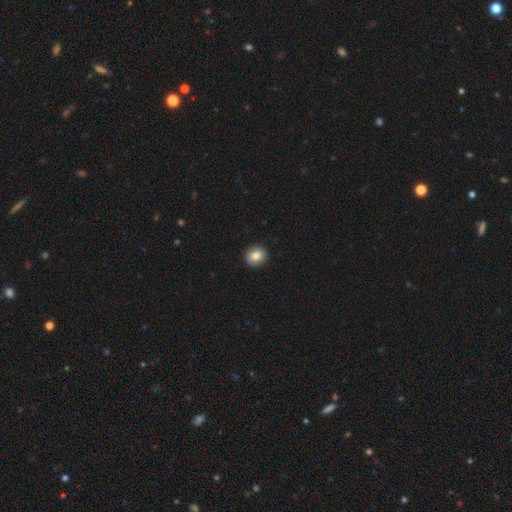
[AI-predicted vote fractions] smooth 83%, featured or disk 9%, star or artifact 8%. Down the decision tree: how rounded — round (88%); merging — none (93%).